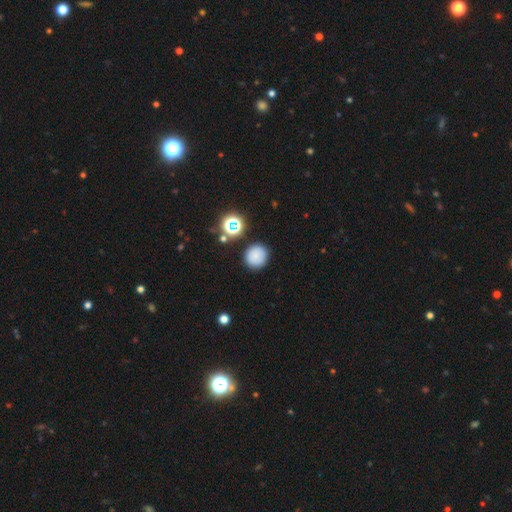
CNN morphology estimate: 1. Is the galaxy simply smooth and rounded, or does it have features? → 80% smooth, 14% star or artifact, 7% featured or disk.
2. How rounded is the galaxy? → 89% round, 10% in between, 1% cigar-shaped.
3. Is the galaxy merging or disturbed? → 87% none, 8% minor disturbance, 3% merger, 2% major disturbance.